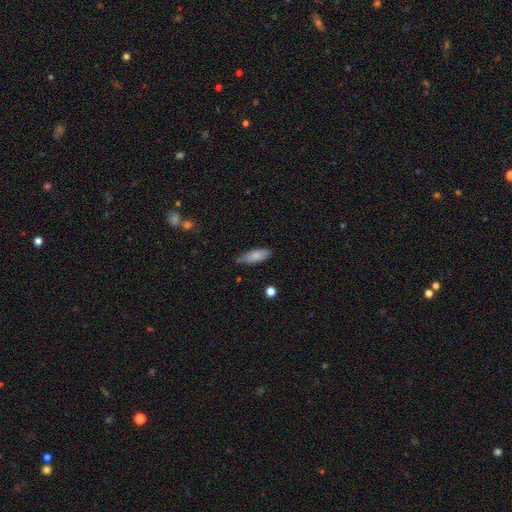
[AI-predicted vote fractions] A smooth galaxy with no disk features (82%) that is in between round and cigar-shaped (68%).

Vote fractions:
- Smooth or featured? smooth: 82% / featured or disk: 12% / star or artifact: 6%
- How rounded? in between: 68% / cigar-shaped: 30% / round: 2%
- Merging? none: 69% / minor disturbance: 25% / major disturbance: 4% / merger: 3%